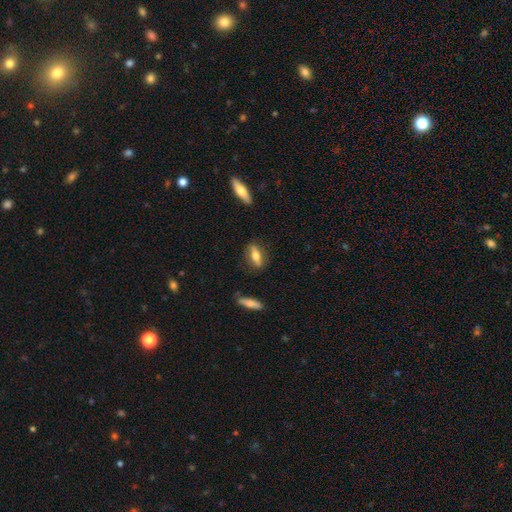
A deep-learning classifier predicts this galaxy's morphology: This appears to be a smooth galaxy with no disk features (57%) that is in between round and cigar-shaped (57%). Merging: none (79%).